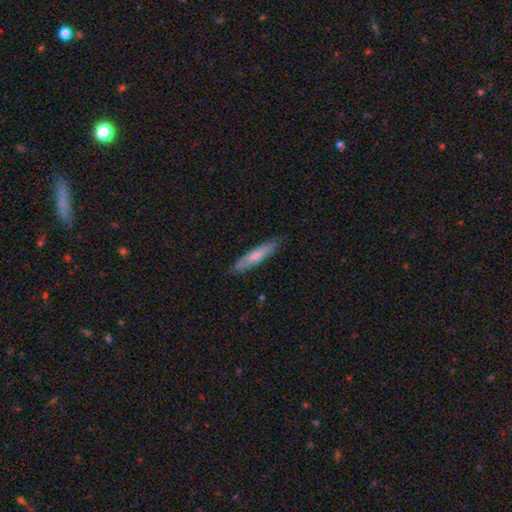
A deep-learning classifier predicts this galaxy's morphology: smooth-or-featured: smooth: 64% | featured or disk: 30% | star or artifact: 6%
  how-rounded: cigar-shaped: 83% | in between: 16% | round: 1%
  merging: none: 83% | minor disturbance: 13% | major disturbance: 2% | merger: 1%